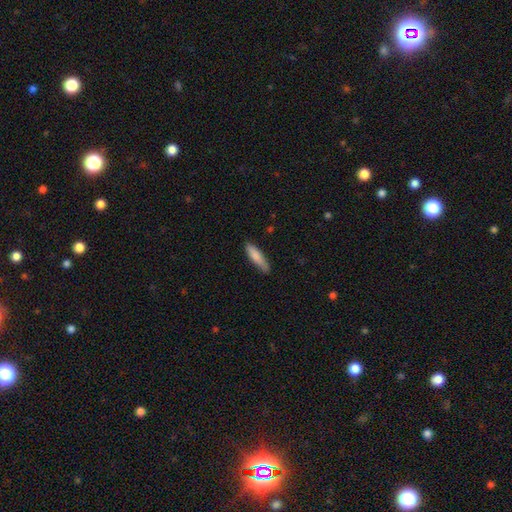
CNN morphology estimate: smooth-or-featured: smooth: 81% | featured or disk: 13% | star or artifact: 6%
  how-rounded: cigar-shaped: 74% | in between: 25% | round: 1%
  merging: none: 80% | minor disturbance: 16% | major disturbance: 2% | merger: 1%